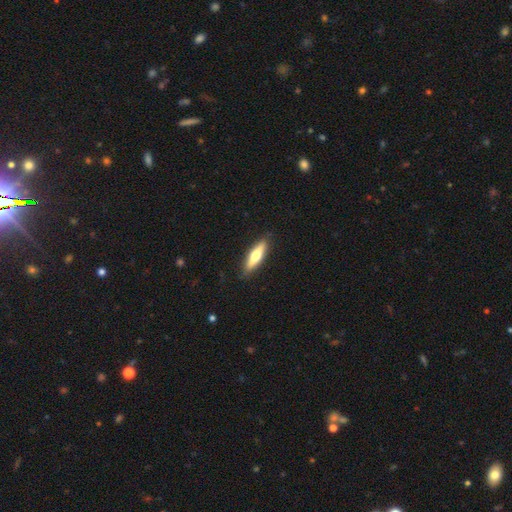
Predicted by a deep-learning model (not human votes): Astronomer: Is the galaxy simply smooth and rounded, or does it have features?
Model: smooth — 53% (runner-up: featured or disk, 41%).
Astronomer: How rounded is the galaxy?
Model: cigar-shaped — 66%.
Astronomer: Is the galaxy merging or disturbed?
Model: none — 88%.